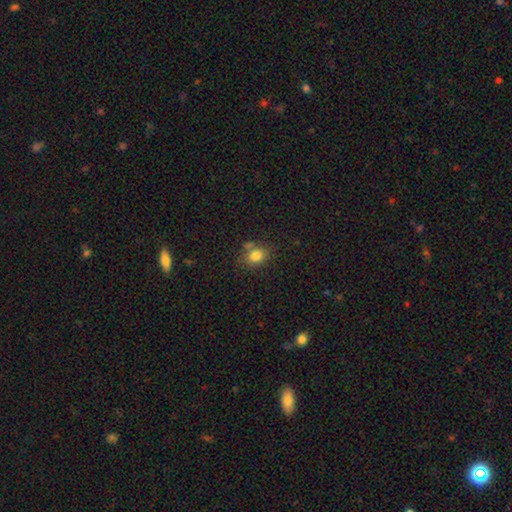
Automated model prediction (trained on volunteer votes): Smooth or featured? smooth (80%)
How rounded? in between (50%)
Merging? none (65%)